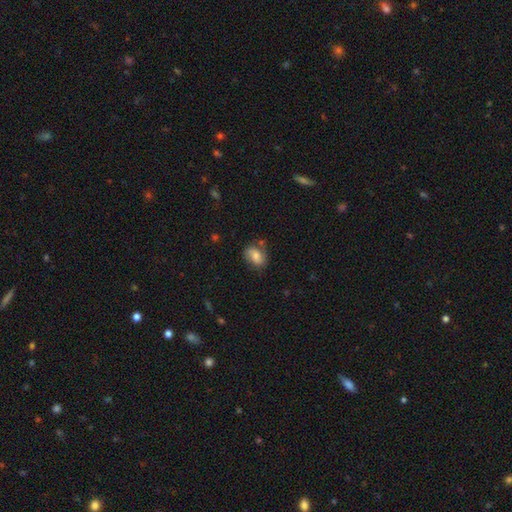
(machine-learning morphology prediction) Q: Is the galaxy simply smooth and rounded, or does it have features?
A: smooth — 58%.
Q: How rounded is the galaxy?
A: in between — 69%.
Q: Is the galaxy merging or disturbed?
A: none — 65%.